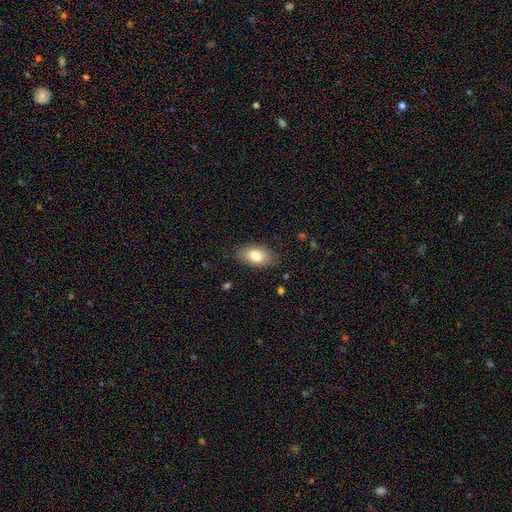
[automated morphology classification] Overall: smooth (78%). How rounded: in between (91%). Merging: none (81%).